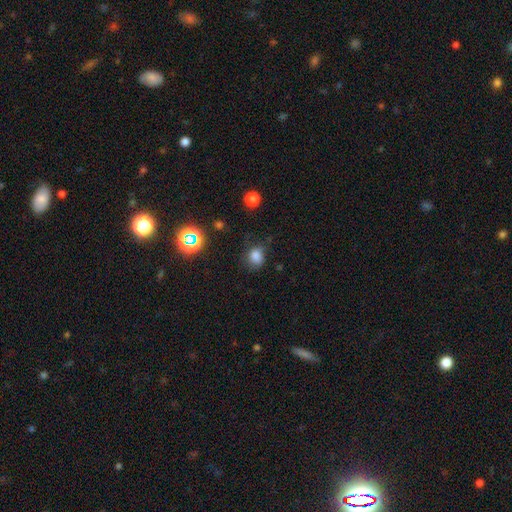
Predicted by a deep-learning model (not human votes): A smooth galaxy with no disk features (78%) that is round (63%). Merging: none (63%).